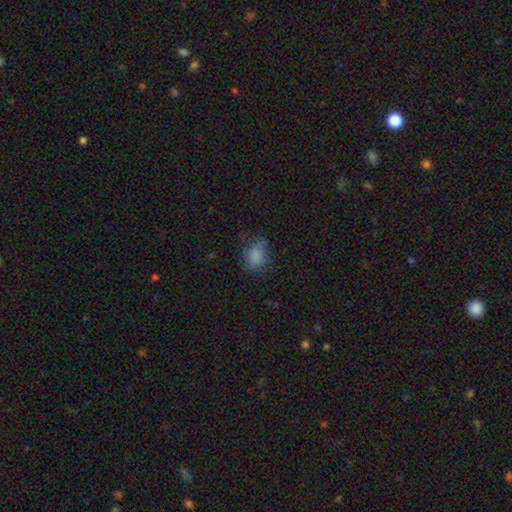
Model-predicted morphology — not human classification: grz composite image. It shows a smooth galaxy with no disk features (82%) that is in between round and cigar-shaped (65%). Merging: none (65%).